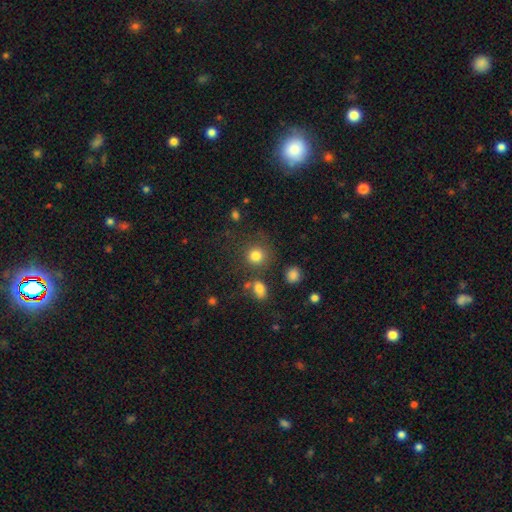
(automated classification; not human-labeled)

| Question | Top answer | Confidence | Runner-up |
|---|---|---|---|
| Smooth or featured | smooth | 81% | star or artifact (13%) |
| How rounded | round | 88% | in between (11%) |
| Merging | none | 75% | minor disturbance (11%) |